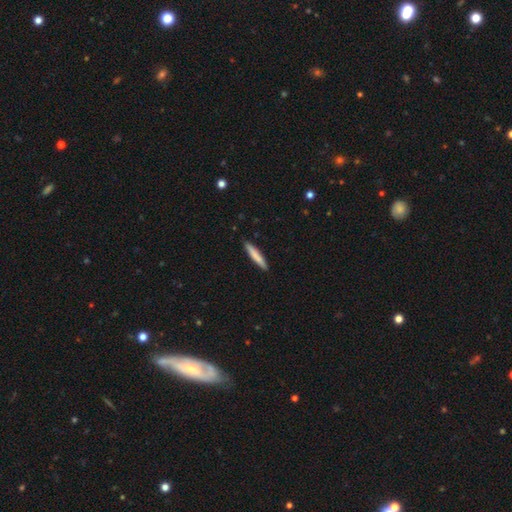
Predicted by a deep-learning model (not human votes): A smooth galaxy with no disk features (79%) that is cigar-shaped (93%). Merging: none (90%).